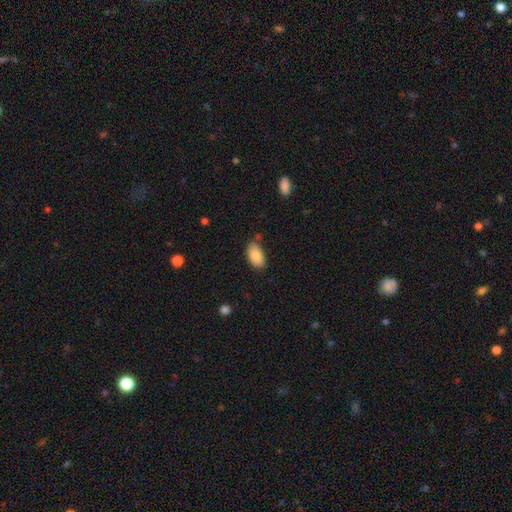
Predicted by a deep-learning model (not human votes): Smooth or featured: smooth — 85% (featured or disk — 8%)
How rounded: in between — 94% (round — 4%)
Merging: none — 74% (minor disturbance — 19%)